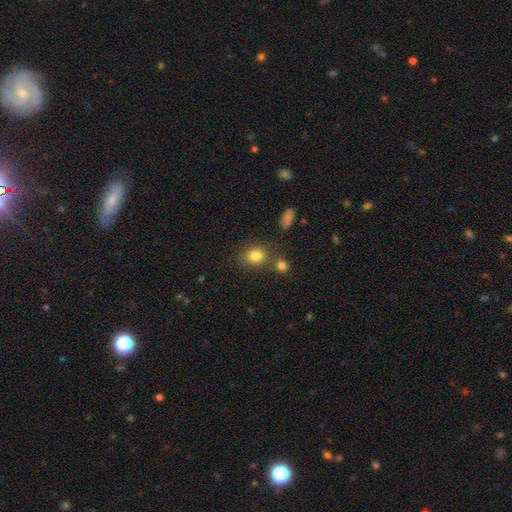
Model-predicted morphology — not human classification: Smooth or featured: smooth — 82% (star or artifact — 11%)
How rounded: round — 69% (in between — 30%)
Merging: none — 69% (merger — 14%)